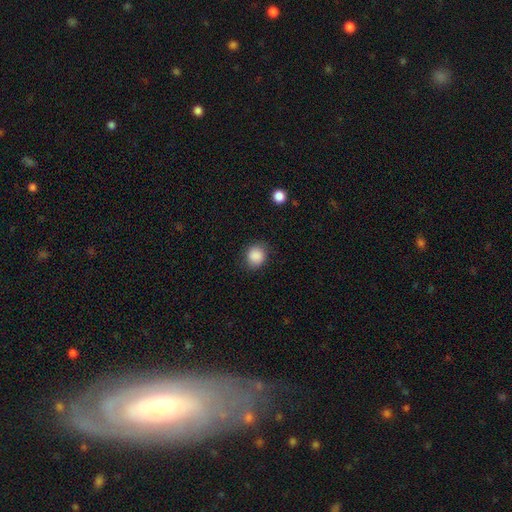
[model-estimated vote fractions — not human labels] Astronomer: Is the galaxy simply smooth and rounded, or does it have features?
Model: smooth — 88%.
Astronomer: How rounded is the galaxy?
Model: round — 78%.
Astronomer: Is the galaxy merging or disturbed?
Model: none — 83%.